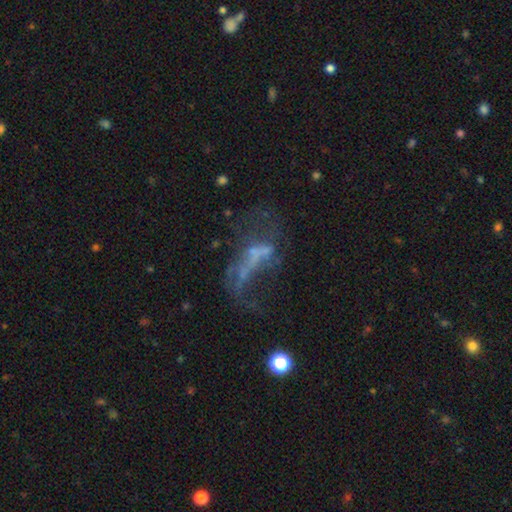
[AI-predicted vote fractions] Q: Smooth or featured?
A: featured or disk (57%); runner-up: star or artifact (22%)
Q: Edge-on disk?
A: no (92%); runner-up: yes (8%)
Q: Bar?
A: no (69%); runner-up: weak (18%)
Q: Spiral arms?
A: no (79%); runner-up: yes (21%)
Q: Bulge size?
A: none (70%); runner-up: small (19%)
Q: Merging?
A: major disturbance (46%); runner-up: none (28%)